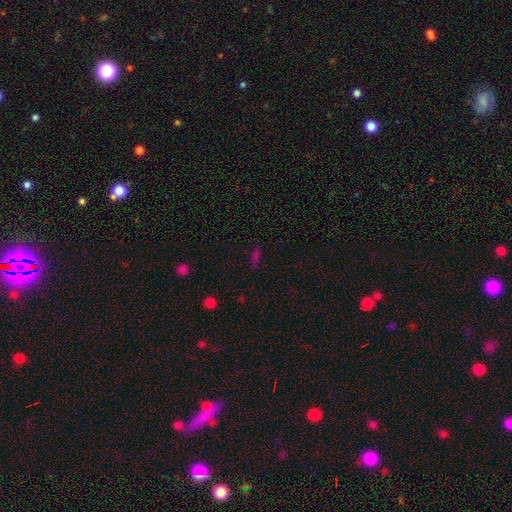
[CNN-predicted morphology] The model was most divided on "how rounded": cigar-shaped: 56%, in between: 38%, round: 6%. More confident: merging — none (80%); smooth or featured — smooth (60%).